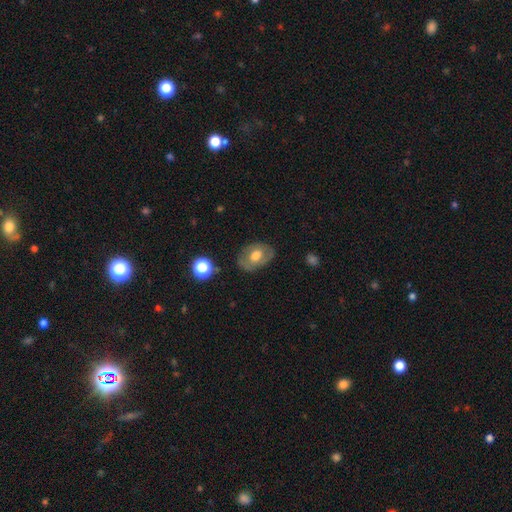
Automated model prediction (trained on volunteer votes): Q: Smooth or featured?
A: smooth (53%); runner-up: featured or disk (39%)
Q: How rounded?
A: in between (75%); runner-up: round (24%)
Q: Merging?
A: none (76%); runner-up: minor disturbance (17%)